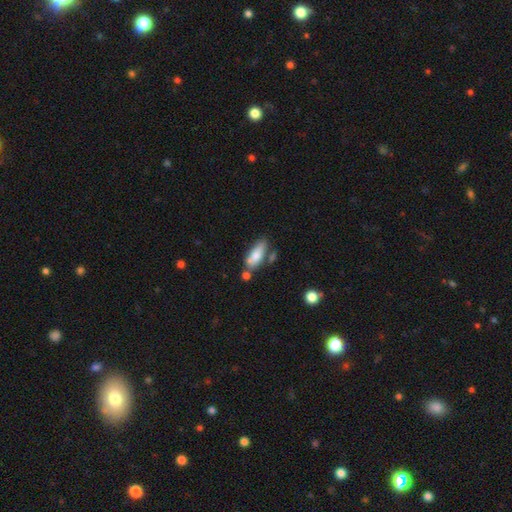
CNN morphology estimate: Smooth or featured? Predicted: smooth (p=0.73). How rounded? Predicted: in between (p=0.71). Merging? Predicted: none (p=0.54).